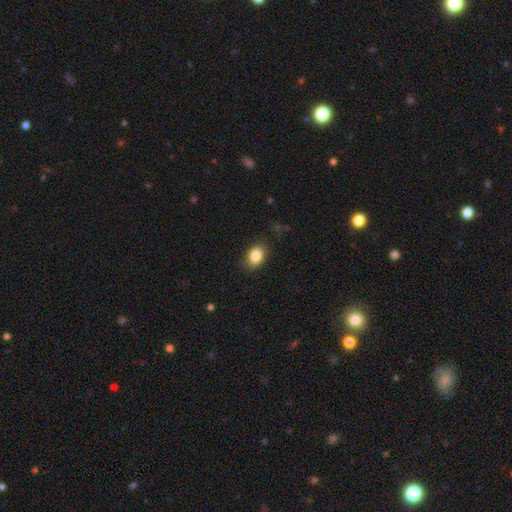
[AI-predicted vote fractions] A smooth galaxy with no disk features (85%) that is in between round and cigar-shaped (76%). Merging: none (82%).